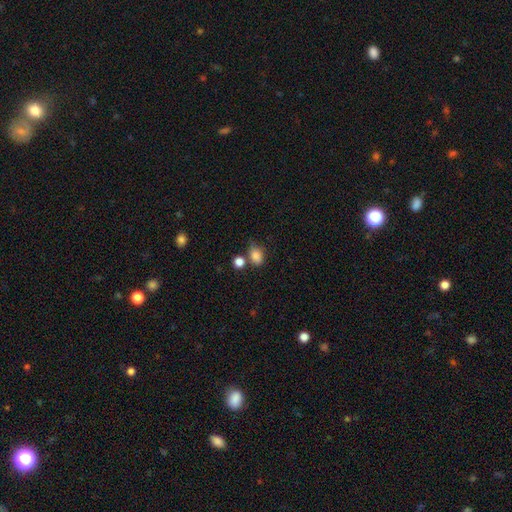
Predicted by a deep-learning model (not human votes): smooth_or_featured: smooth (p=0.84) [alt: star or artifact p=0.11]
how_rounded: in between (p=0.66) [alt: round p=0.33]
merging: none (p=0.57) [alt: minor disturbance p=0.21]